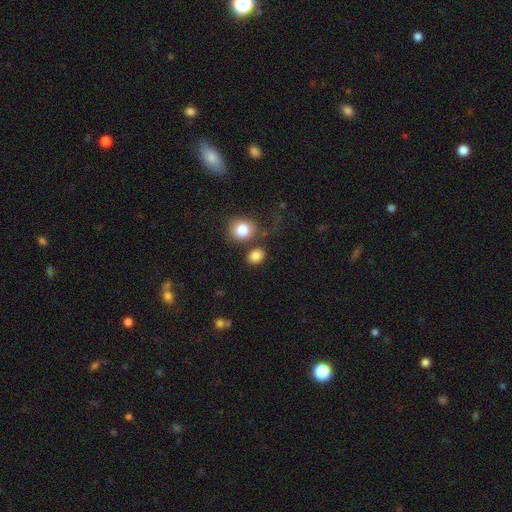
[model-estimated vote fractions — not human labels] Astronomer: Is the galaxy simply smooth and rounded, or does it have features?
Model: smooth — 83%.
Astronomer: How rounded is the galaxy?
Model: round — 58% (runner-up: in between, 41%).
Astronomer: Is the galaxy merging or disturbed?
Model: none — 73%.